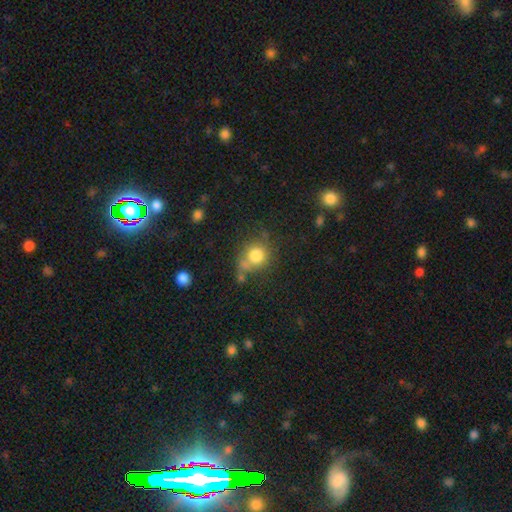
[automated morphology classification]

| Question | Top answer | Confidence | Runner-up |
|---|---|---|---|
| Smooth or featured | smooth | 79% | star or artifact (11%) |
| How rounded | round | 85% | in between (14%) |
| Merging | none | 57% | minor disturbance (18%) |